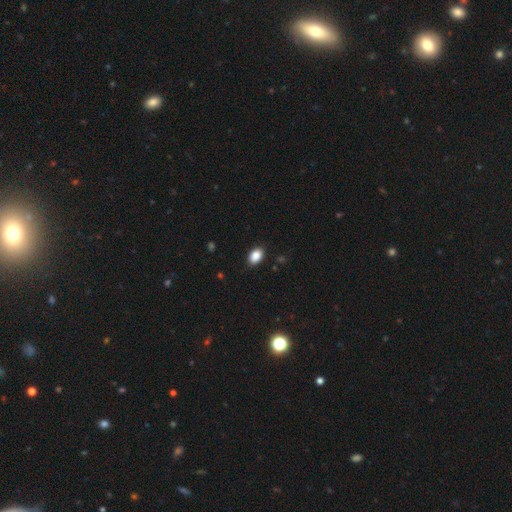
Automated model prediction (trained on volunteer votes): Smooth or featured?
  - smooth: 88% *
  - star or artifact: 8%
  - featured or disk: 4%
How rounded?
  - in between: 87% *
  - round: 11%
  - cigar-shaped: 1%
Merging?
  - none: 88% *
  - minor disturbance: 9%
  - major disturbance: 2%
  - merger: 1%